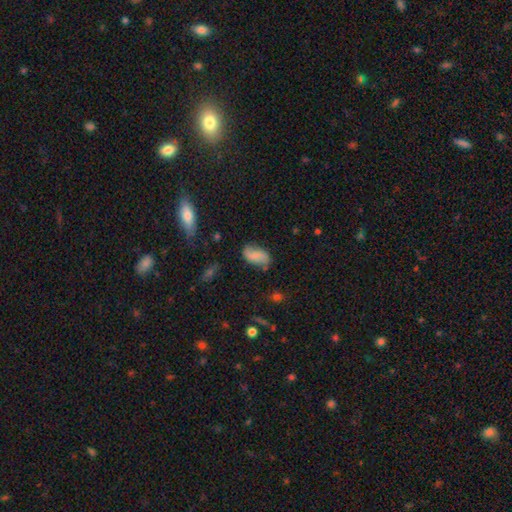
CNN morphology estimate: The model was most divided on "smooth or featured": smooth: 55%, featured or disk: 35%, star or artifact: 10%. More confident: how rounded — in between (91%); merging — none (69%).